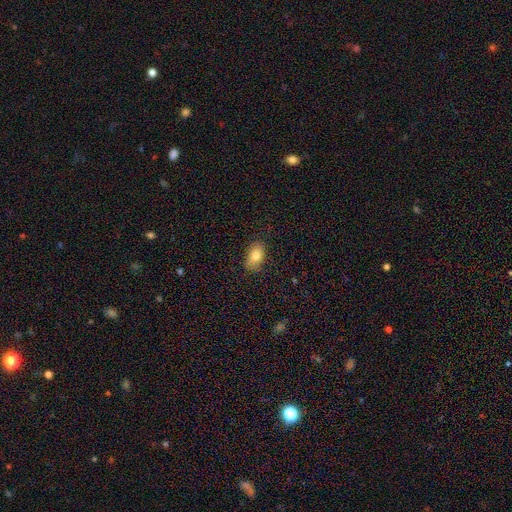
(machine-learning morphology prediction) smooth-or-featured: smooth: 81% | featured or disk: 11% | star or artifact: 9%
  how-rounded: in between: 86% | round: 12% | cigar-shaped: 2%
  merging: none: 80% | minor disturbance: 16% | major disturbance: 3% | merger: 1%